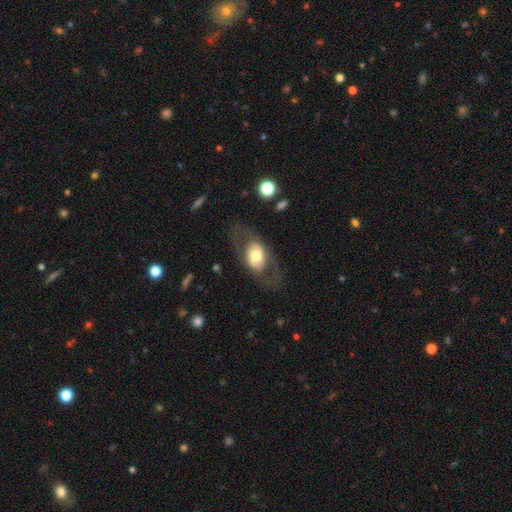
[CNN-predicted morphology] smooth 48%, featured or disk 47%, star or artifact 6%. Down the decision tree: merging — none (72%).